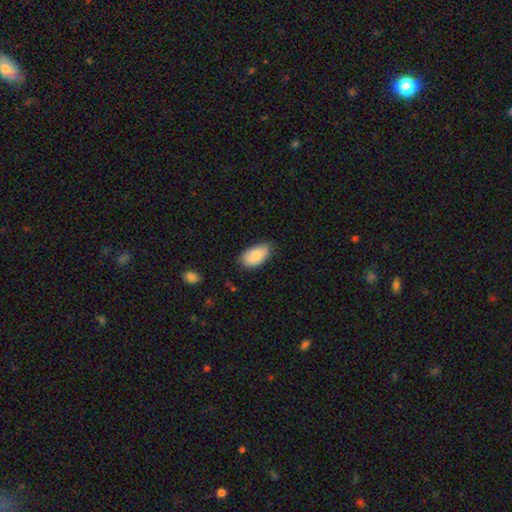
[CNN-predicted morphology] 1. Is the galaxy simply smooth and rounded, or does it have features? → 86% smooth, 7% featured or disk, 6% star or artifact.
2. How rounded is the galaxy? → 95% in between, 4% round, 2% cigar-shaped.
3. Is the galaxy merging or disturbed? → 68% none, 27% minor disturbance, 4% major disturbance, 1% merger.